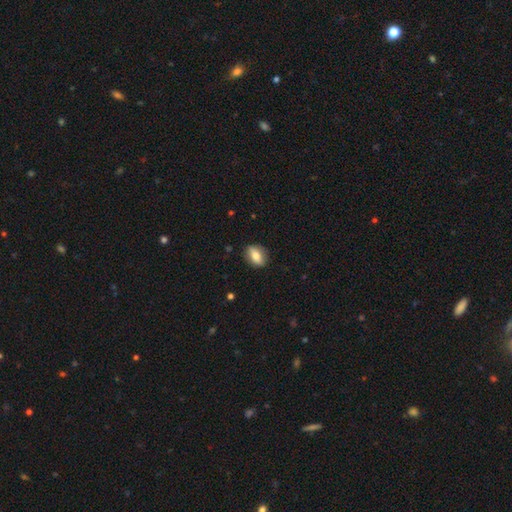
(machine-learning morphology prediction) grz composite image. It shows a smooth galaxy with no disk features (70%) that is in between round and cigar-shaped (79%). Merging: none (83%).